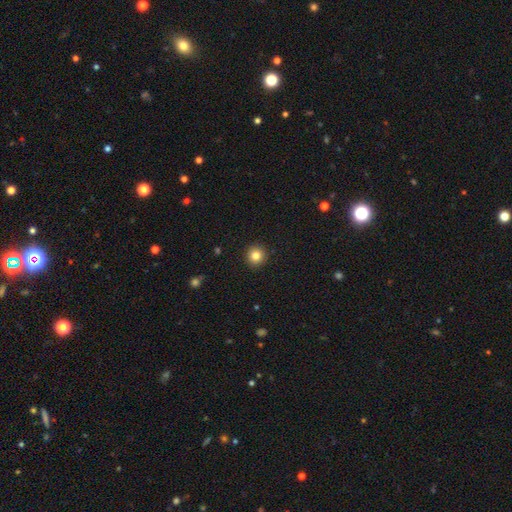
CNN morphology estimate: A smooth galaxy with no disk features (83%) that is round (94%). Merging: none (93%).